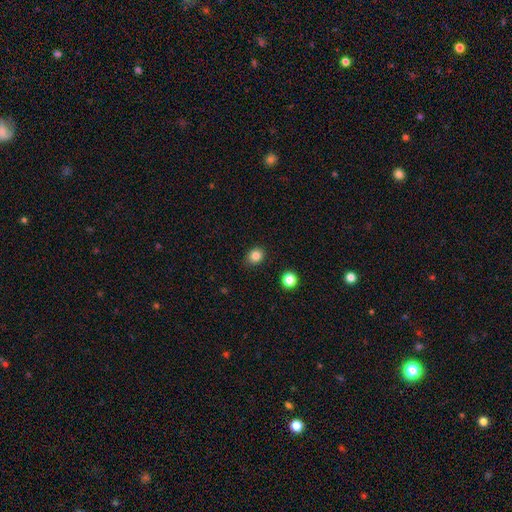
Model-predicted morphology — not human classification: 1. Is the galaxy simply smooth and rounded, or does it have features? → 83% smooth, 12% star or artifact, 5% featured or disk.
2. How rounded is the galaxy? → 65% round, 34% in between, 1% cigar-shaped.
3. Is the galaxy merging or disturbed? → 87% none, 10% minor disturbance, 2% major disturbance, 1% merger.